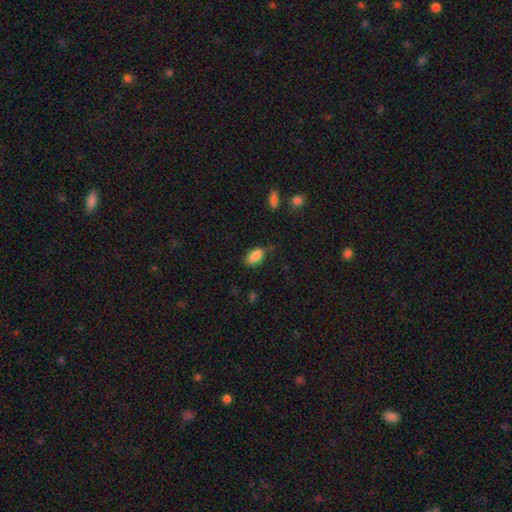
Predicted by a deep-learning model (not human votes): Smooth or featured? Predicted: smooth (p=0.87). How rounded? Predicted: in between (p=0.90). Merging? Predicted: none (p=0.72).